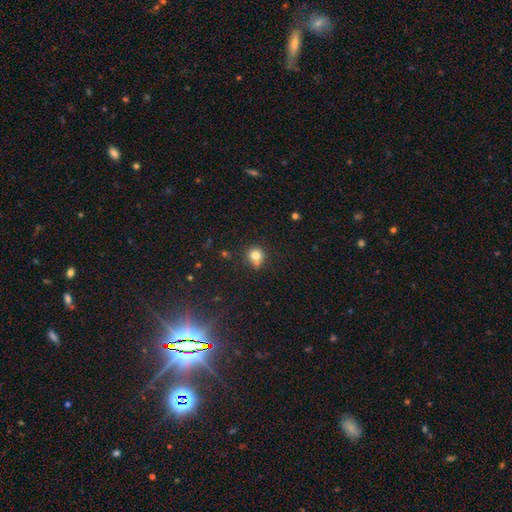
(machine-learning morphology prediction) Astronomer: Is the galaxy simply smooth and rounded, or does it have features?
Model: smooth — 79%.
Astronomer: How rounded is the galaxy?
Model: round — 83%.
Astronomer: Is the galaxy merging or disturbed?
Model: none — 62%.